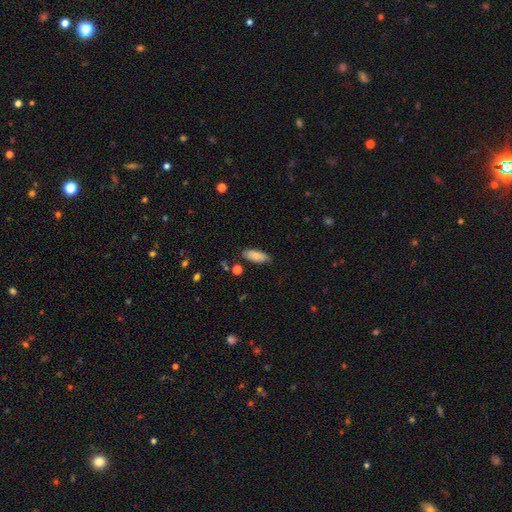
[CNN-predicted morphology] type=smooth (78%); roundness=in between (80%); merging=none (78%).